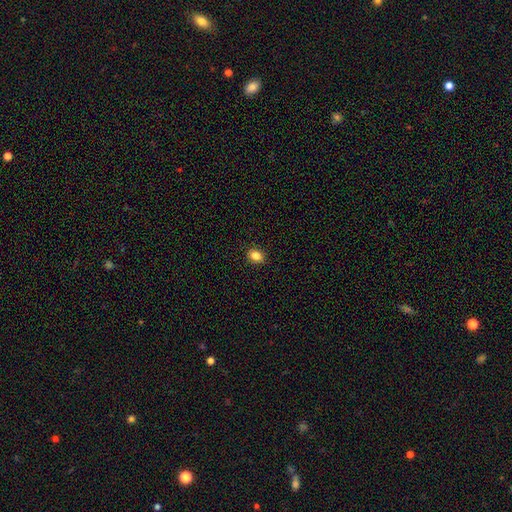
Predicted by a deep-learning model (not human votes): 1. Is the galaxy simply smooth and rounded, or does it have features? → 85% smooth, 10% star or artifact, 5% featured or disk.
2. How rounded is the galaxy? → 57% in between, 42% round, 1% cigar-shaped.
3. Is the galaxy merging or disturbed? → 90% none, 8% minor disturbance, 2% major disturbance, 1% merger.